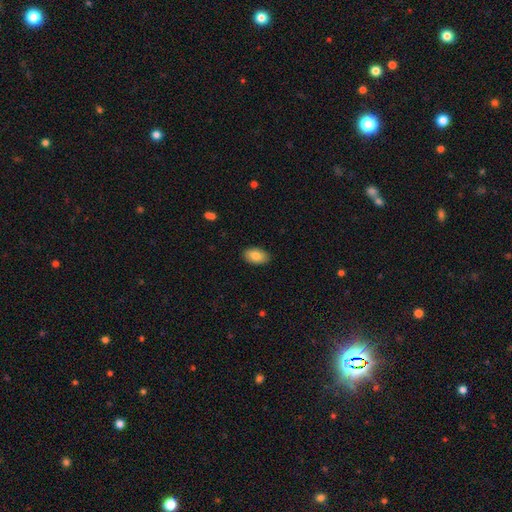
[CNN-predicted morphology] This is clearly a smooth galaxy (83%). How rounded: clearly in between (92%). Merging: clearly none (88%).